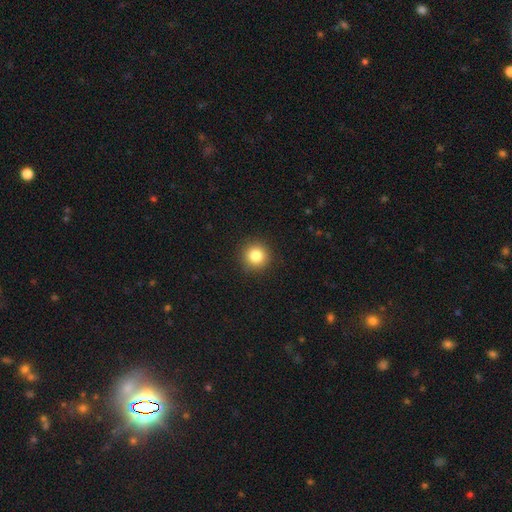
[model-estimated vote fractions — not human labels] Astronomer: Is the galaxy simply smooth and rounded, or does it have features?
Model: smooth — 83%.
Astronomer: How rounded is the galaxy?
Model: round — 94%.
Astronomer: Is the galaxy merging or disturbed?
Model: none — 91%.